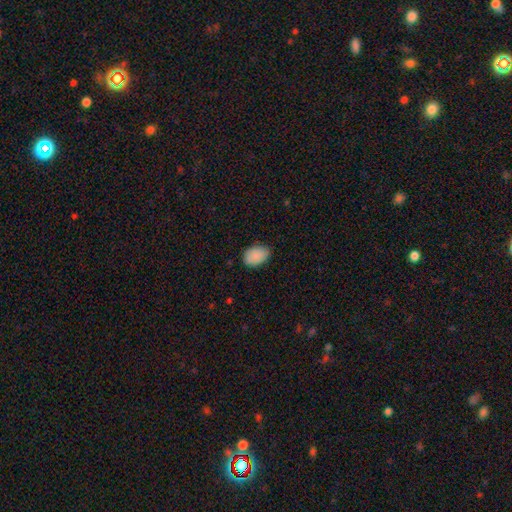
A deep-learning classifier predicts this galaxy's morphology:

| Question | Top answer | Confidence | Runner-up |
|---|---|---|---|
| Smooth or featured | smooth | 89% | star or artifact (7%) |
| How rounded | in between | 87% | round (12%) |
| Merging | none | 79% | minor disturbance (17%) |